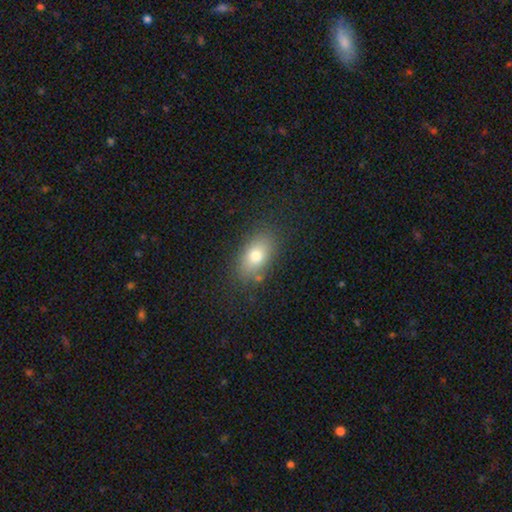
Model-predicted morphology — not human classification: Smooth or featured: smooth — 76% (featured or disk — 15%)
How rounded: in between — 86% (round — 10%)
Merging: none — 80% (minor disturbance — 13%)